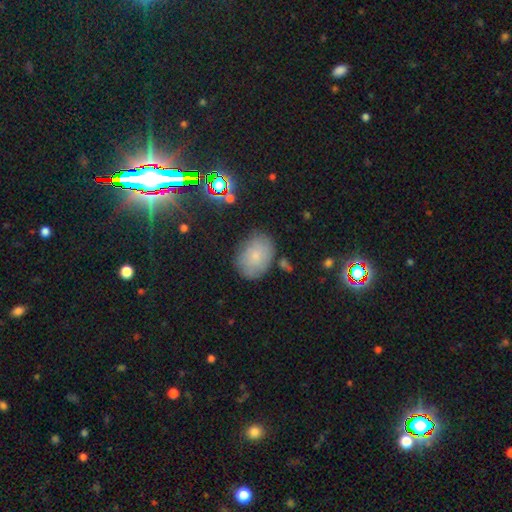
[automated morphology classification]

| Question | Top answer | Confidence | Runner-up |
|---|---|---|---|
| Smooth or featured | smooth | 68% | featured or disk (18%) |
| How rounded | in between | 77% | round (22%) |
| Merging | none | 74% | minor disturbance (18%) |